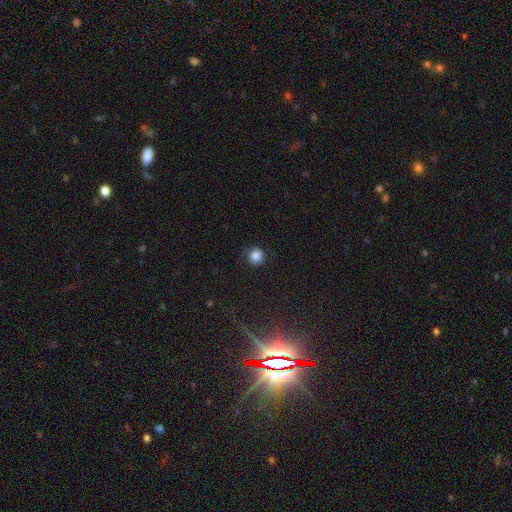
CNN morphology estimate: Smooth or featured: smooth — 84% (star or artifact — 12%)
How rounded: round — 94% (in between — 5%)
Merging: none — 90% (minor disturbance — 7%)